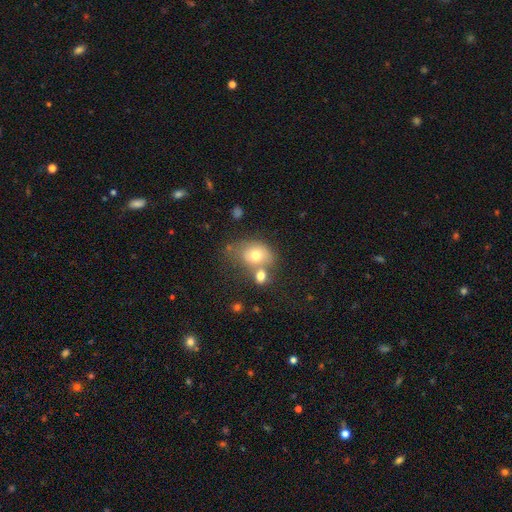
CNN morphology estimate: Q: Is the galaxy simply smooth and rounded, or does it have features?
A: smooth — 69%.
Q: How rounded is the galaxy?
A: in between — 56%.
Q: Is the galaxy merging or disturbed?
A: none — 38%.